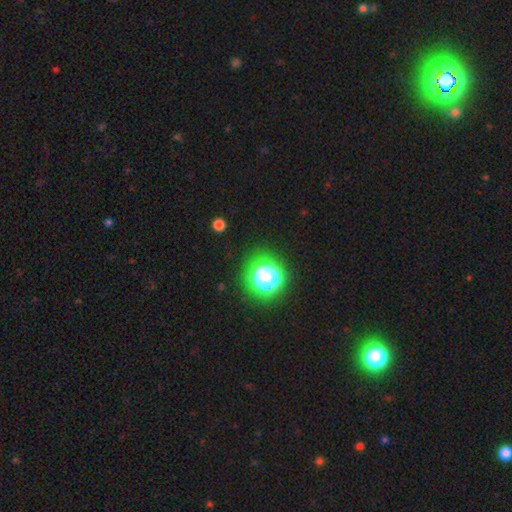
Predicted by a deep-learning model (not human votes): Smooth or featured? star or artifact (76%)